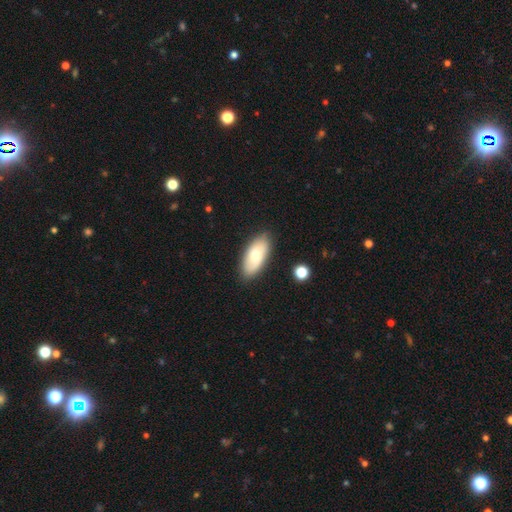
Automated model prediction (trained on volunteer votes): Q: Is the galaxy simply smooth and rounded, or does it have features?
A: smooth — 76%.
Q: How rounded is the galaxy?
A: in between — 89%.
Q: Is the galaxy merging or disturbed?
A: none — 84%.